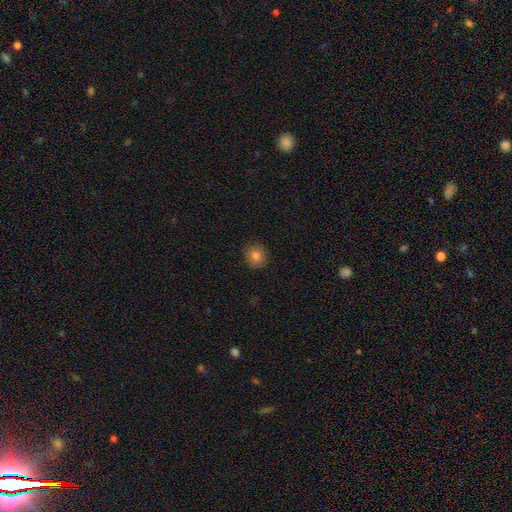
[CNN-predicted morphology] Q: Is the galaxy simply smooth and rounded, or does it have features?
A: smooth — 81%.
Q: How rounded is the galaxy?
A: round — 82%.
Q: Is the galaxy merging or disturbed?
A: none — 90%.